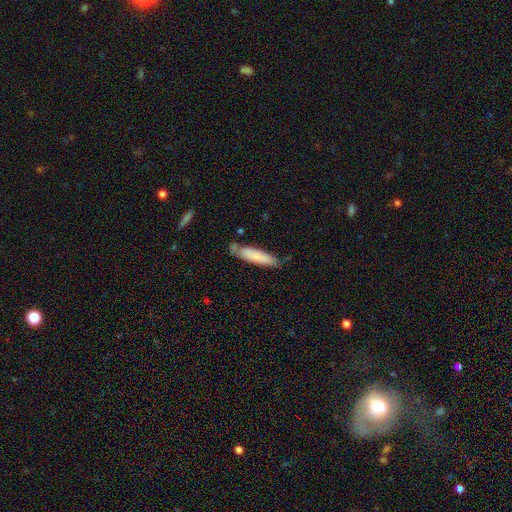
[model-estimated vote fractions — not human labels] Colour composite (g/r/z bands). It shows a smooth galaxy with no disk features (79%) that is cigar-shaped (79%). Merging: none (67%).